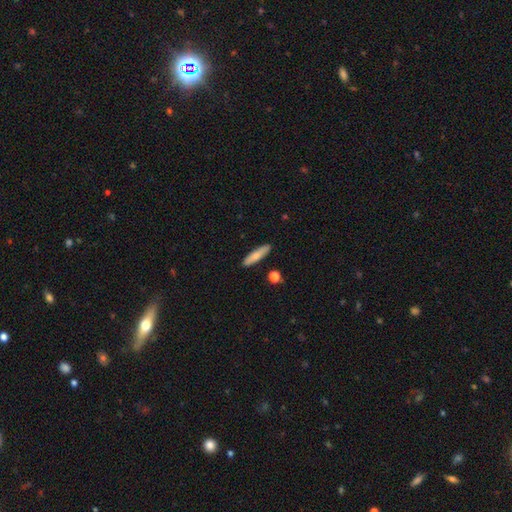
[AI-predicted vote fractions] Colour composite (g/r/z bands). It shows a smooth galaxy with no disk features (73%) that is cigar-shaped (77%). Merging: none (89%).